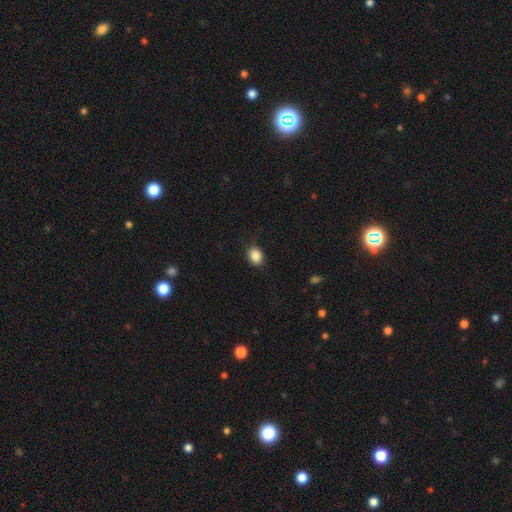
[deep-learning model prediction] This is clearly a smooth galaxy (86%). How rounded: possibly round (53%). Merging: likely none (79%).